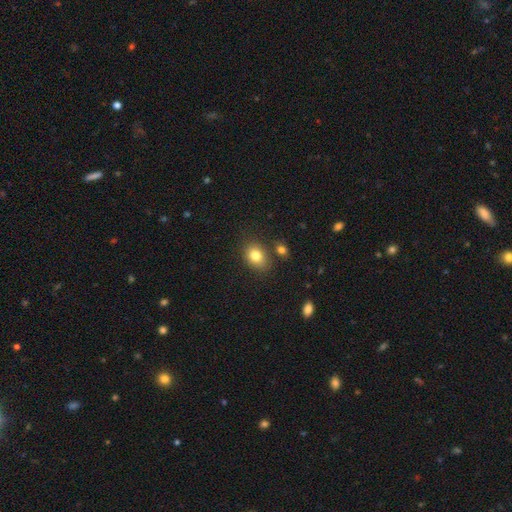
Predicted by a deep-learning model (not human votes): Smooth or featured?
  - smooth: 82% *
  - star or artifact: 10%
  - featured or disk: 8%
How rounded?
  - in between: 61% *
  - round: 38%
  - cigar-shaped: 1%
Merging?
  - none: 74% *
  - minor disturbance: 14%
  - merger: 8%
  - major disturbance: 4%